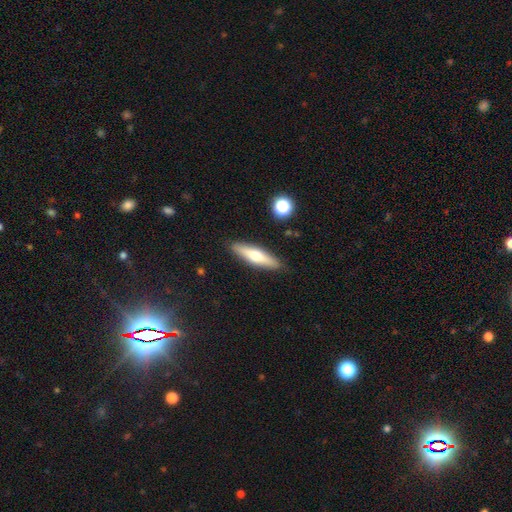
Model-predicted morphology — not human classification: Smooth or featured?
  - smooth: 54% *
  - featured or disk: 40%
  - star or artifact: 6%
How rounded?
  - cigar-shaped: 71% *
  - in between: 27%
  - round: 2%
Merging?
  - none: 88% *
  - minor disturbance: 8%
  - major disturbance: 2%
  - merger: 2%